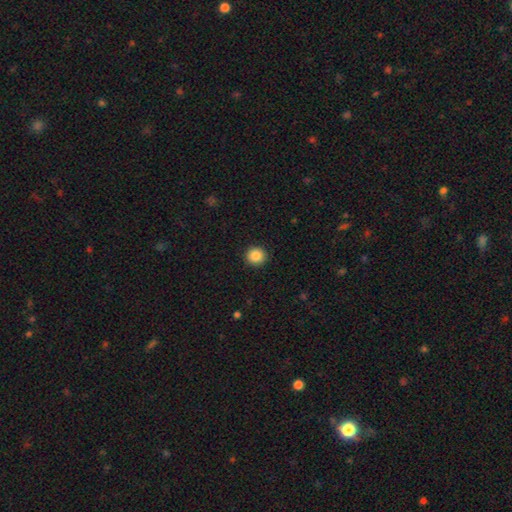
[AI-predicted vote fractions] A smooth galaxy with no disk features (87%) that is round (93%). Merging: none (93%).